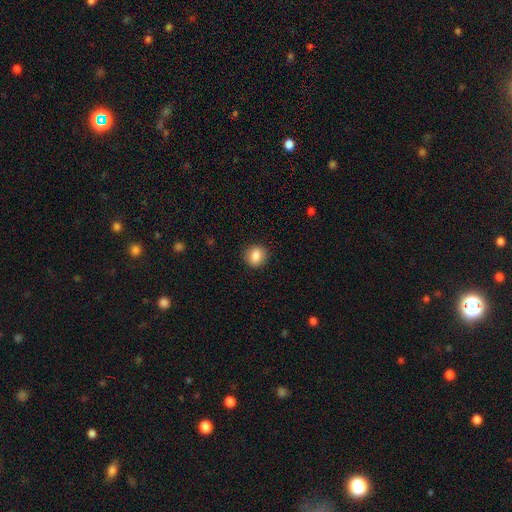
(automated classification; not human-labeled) Morphology: type=smooth (83%); roundness=round (74%); merging=none (89%).